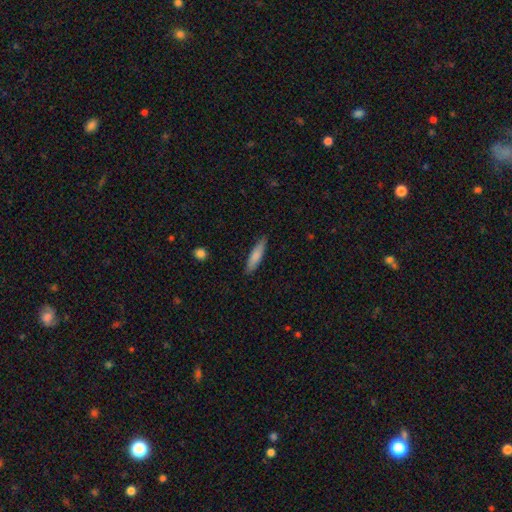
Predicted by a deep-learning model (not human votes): Q: Smooth or featured?
A: smooth (79%); runner-up: featured or disk (15%)
Q: How rounded?
A: cigar-shaped (78%); runner-up: in between (21%)
Q: Merging?
A: none (86%); runner-up: minor disturbance (11%)